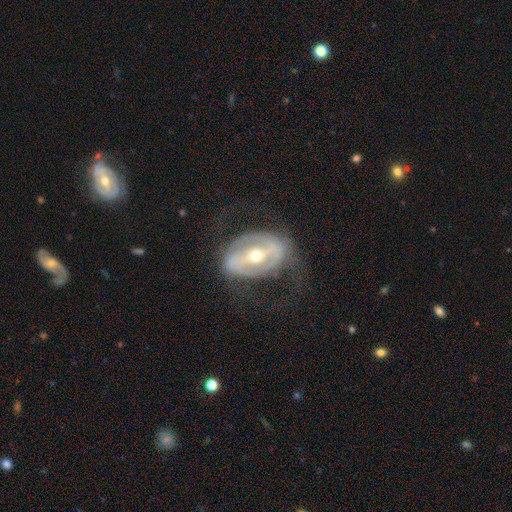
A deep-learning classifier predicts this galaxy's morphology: smooth_or_featured: featured or disk (p=0.79) [alt: smooth p=0.15]
disk_edge_on: no (p=0.93) [alt: yes p=0.07]
bar: strong (p=0.58) [alt: weak p=0.27]
has_spiral_arms: yes (p=0.54) [alt: no p=0.46]
bulge_size: moderate (p=0.53) [alt: small p=0.43]
merging: none (p=0.58) [alt: major disturbance p=0.23]